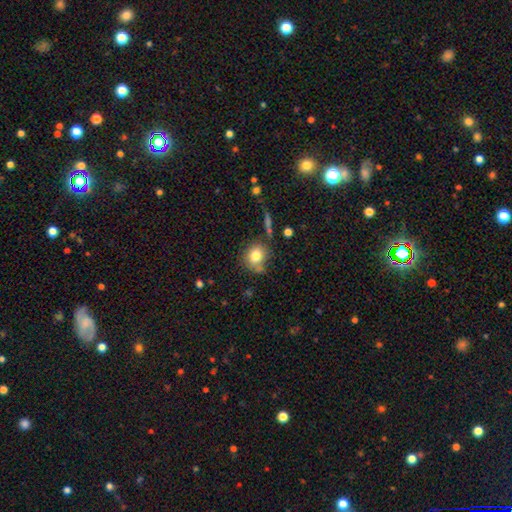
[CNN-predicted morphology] This appears to be a smooth galaxy with no disk features (79%) that is round (75%). Merging: none (66%).